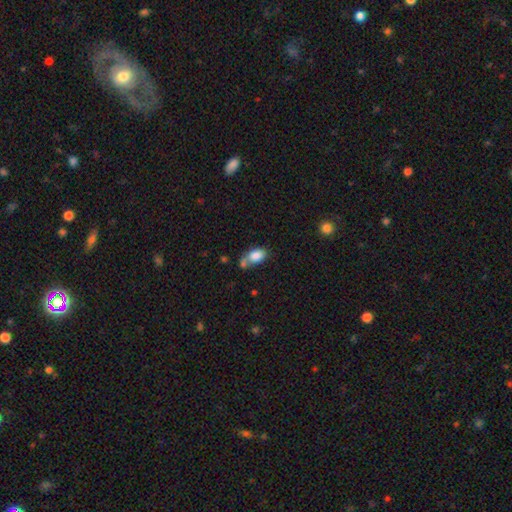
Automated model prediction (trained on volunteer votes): Q: Smooth or featured?
A: smooth (83%); runner-up: featured or disk (9%)
Q: How rounded?
A: in between (86%); runner-up: round (12%)
Q: Merging?
A: none (39%); runner-up: merger (36%)